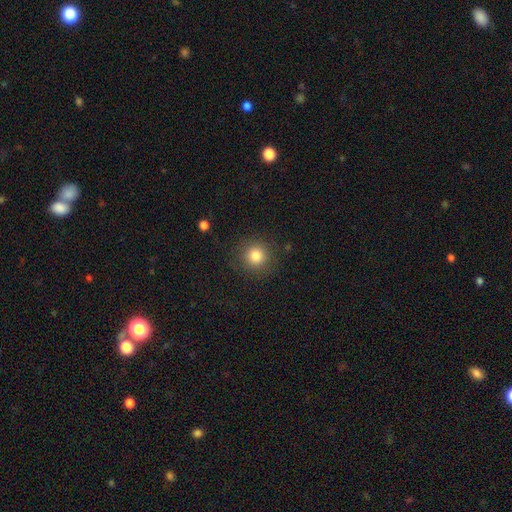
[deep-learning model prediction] smooth 82%, star or artifact 12%, featured or disk 6%. Down the decision tree: how rounded — round (93%); merging — none (88%).